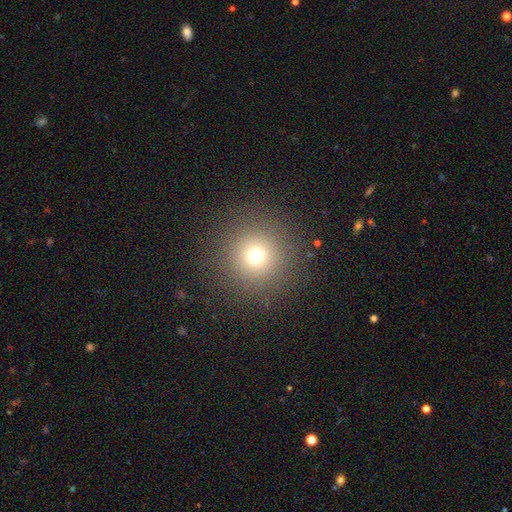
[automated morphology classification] Overall: smooth (69%). How rounded: round (96%). Merging: none (89%).